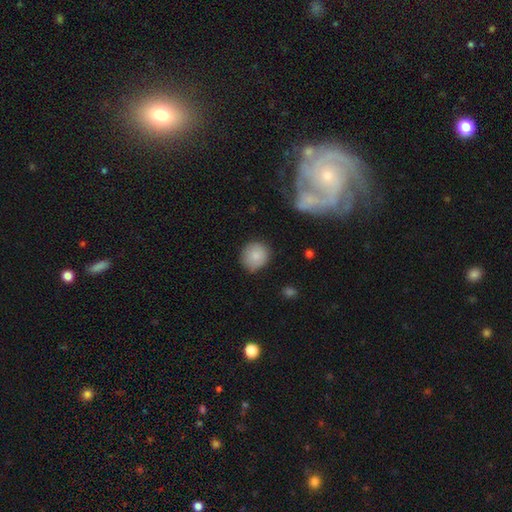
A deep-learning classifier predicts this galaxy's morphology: Smooth or featured? Predicted: smooth (p=0.85). How rounded? Predicted: round (p=0.87). Merging? Predicted: none (p=0.83).